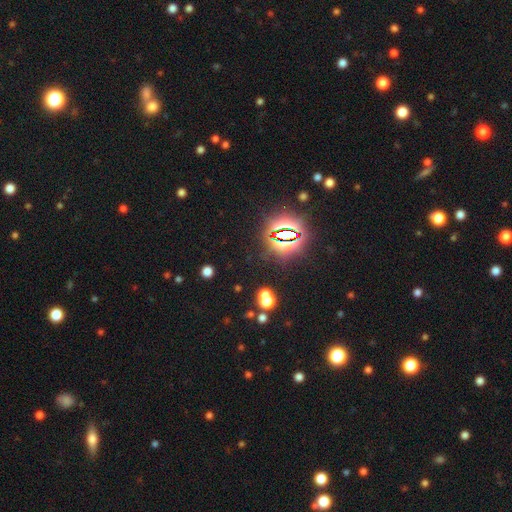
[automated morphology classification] This is clearly a star or artifact rather than a galaxy (82%).